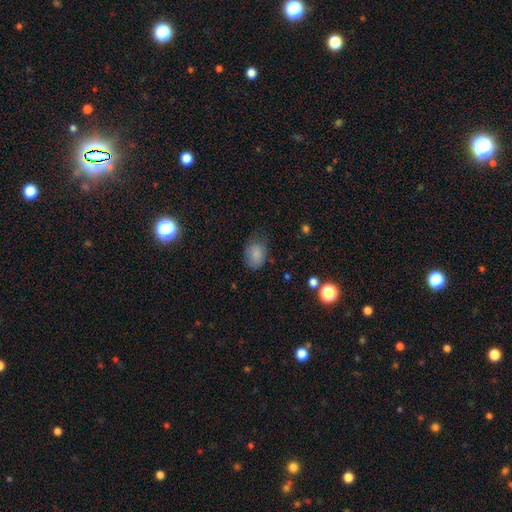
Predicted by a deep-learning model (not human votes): Smooth or featured? Predicted: smooth (p=0.83). How rounded? Predicted: in between (p=0.70). Merging? Predicted: none (p=0.58).